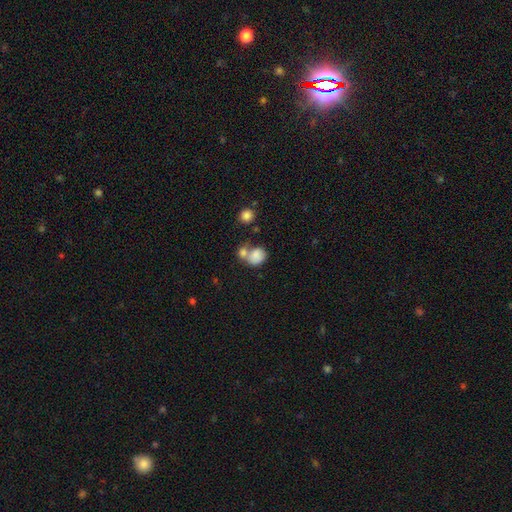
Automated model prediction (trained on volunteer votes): A smooth galaxy with no disk features (81%) that is round (62%). Merging: merger (48%).